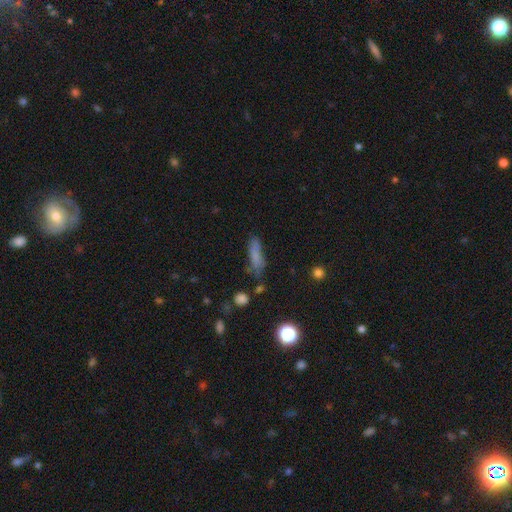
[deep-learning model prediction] Q: Smooth or featured?
A: smooth (73%); runner-up: featured or disk (15%)
Q: How rounded?
A: cigar-shaped (60%); runner-up: in between (37%)
Q: Merging?
A: none (61%); runner-up: minor disturbance (25%)